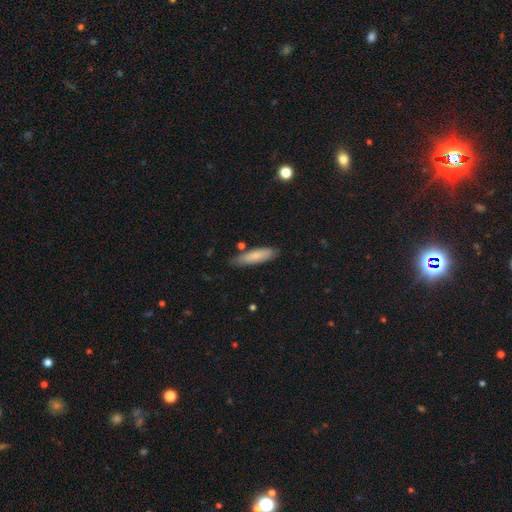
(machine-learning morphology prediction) smooth_or_featured: smooth (p=0.79) [alt: featured or disk p=0.15]
how_rounded: cigar-shaped (p=0.67) [alt: in between p=0.32]
merging: none (p=0.80) [alt: minor disturbance p=0.15]